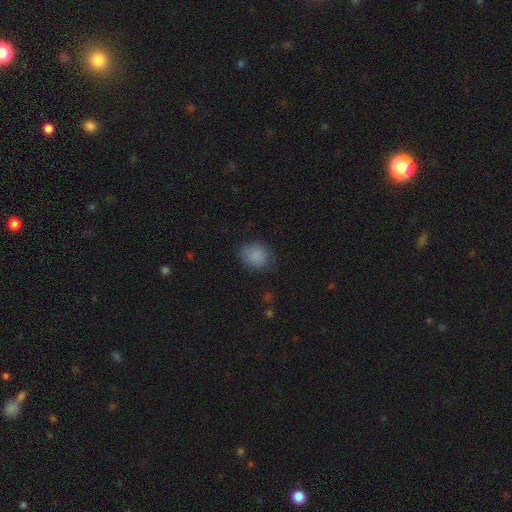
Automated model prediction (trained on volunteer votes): A smooth galaxy with no disk features (86%) that is round (68%). Merging: none (77%).